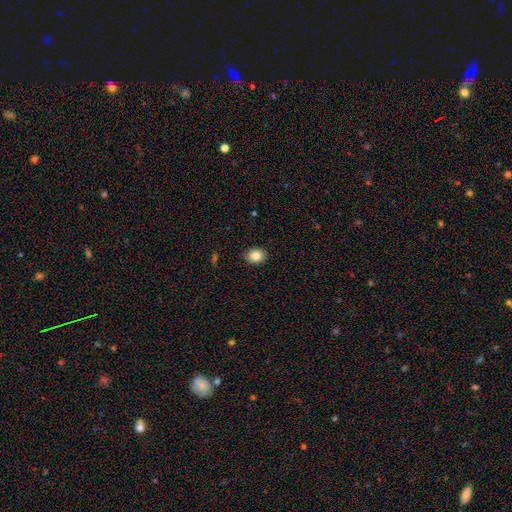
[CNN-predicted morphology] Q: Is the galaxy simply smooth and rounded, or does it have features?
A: smooth — 84%.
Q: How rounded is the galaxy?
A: round — 55%.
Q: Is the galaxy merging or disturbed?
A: none — 90%.